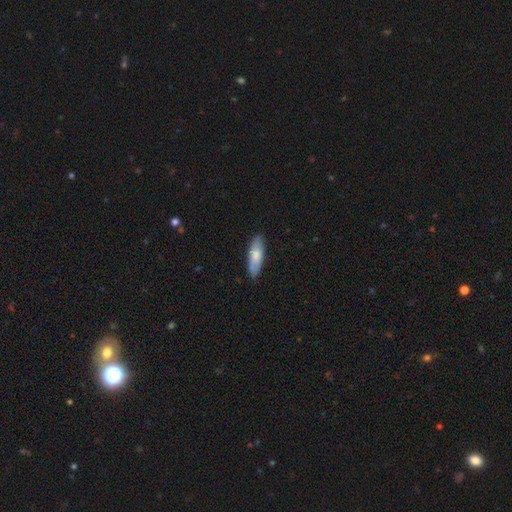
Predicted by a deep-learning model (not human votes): This is likely a smooth galaxy (72%). How rounded: likely in between (63%). Merging: clearly none (82%).